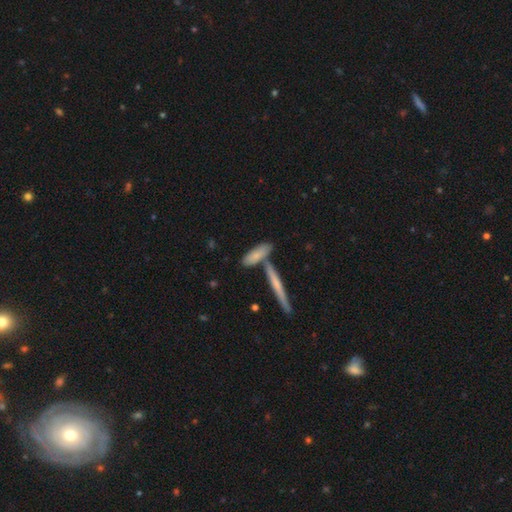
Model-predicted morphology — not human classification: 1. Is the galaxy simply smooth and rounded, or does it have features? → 73% smooth, 21% featured or disk, 6% star or artifact.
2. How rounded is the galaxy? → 54% cigar-shaped, 43% in between, 3% round.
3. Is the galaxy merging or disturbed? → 57% none, 26% merger, 13% minor disturbance, 4% major disturbance.